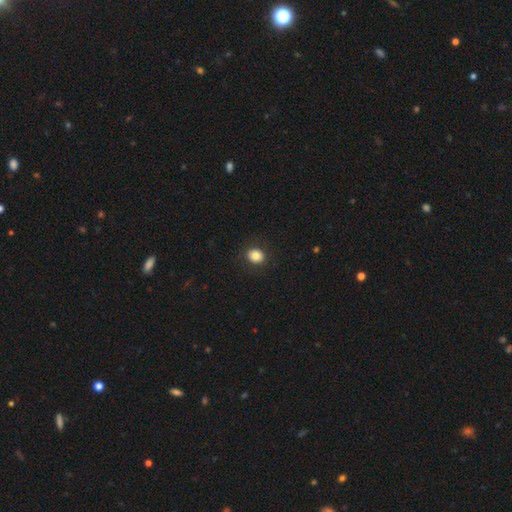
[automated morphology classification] A smooth galaxy with no disk features (83%) that is round (65%). Merging: none (89%).